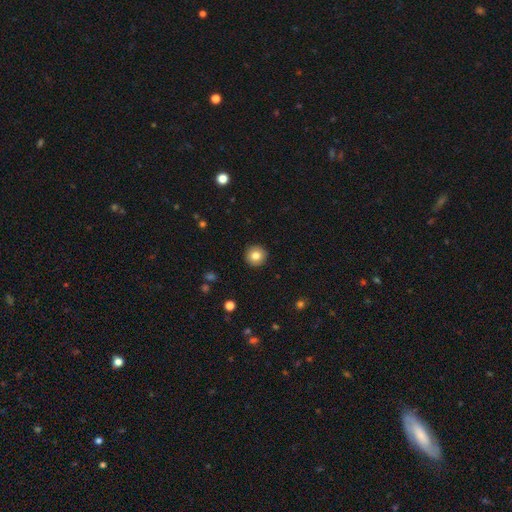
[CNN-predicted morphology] Smooth or featured? smooth (82%)
How rounded? round (95%)
Merging? none (93%)